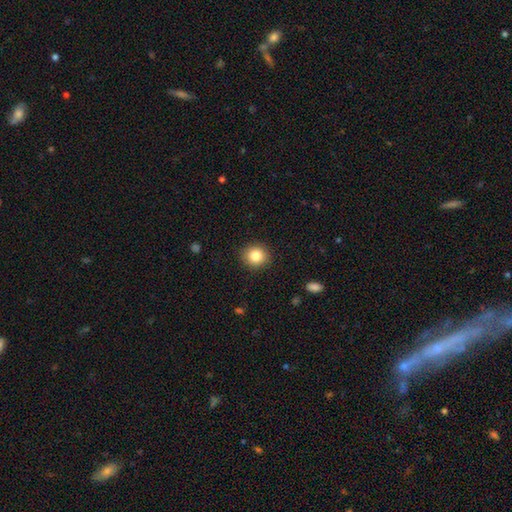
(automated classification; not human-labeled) smooth 84%, star or artifact 10%, featured or disk 6%. Down the decision tree: how rounded — round (86%); merging — none (90%).